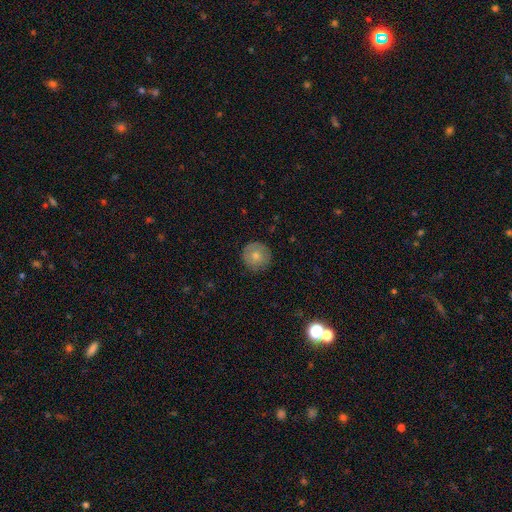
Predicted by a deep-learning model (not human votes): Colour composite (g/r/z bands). It shows a smooth galaxy with no disk features (75%) that is round (96%). Merging: none (88%).